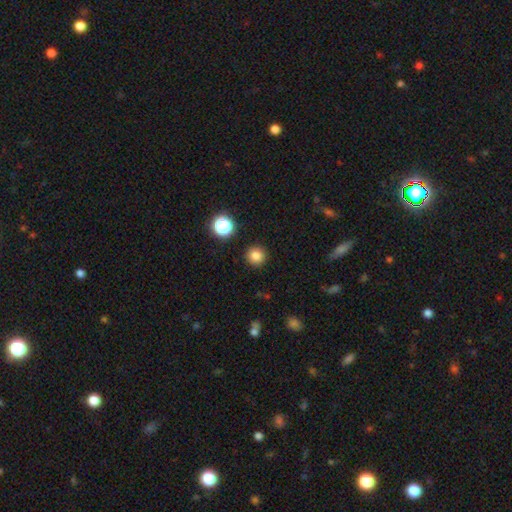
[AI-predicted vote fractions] Smooth or featured? smooth (82%)
How rounded? round (95%)
Merging? none (92%)